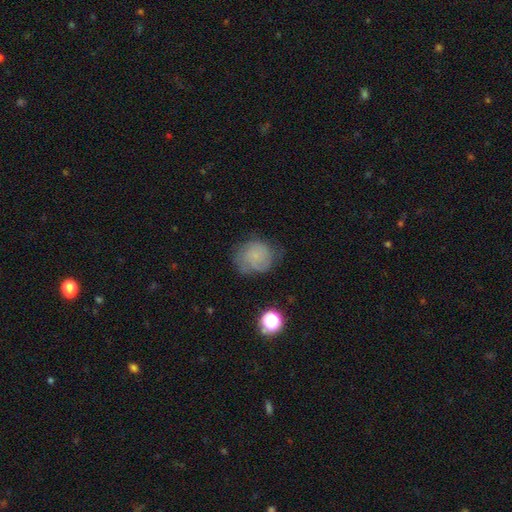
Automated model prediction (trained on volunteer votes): This appears to be a smooth galaxy with no disk features (56%) that is round (77%). Merging: none (57%).